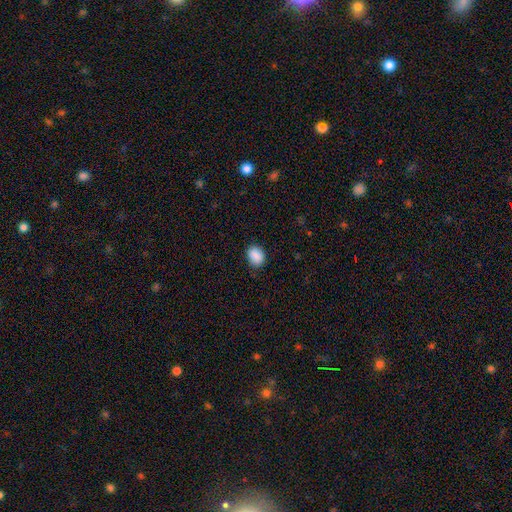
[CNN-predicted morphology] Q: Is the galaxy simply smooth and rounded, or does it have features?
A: smooth — 90%.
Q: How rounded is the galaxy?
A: in between — 57%.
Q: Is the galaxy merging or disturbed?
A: none — 86%.